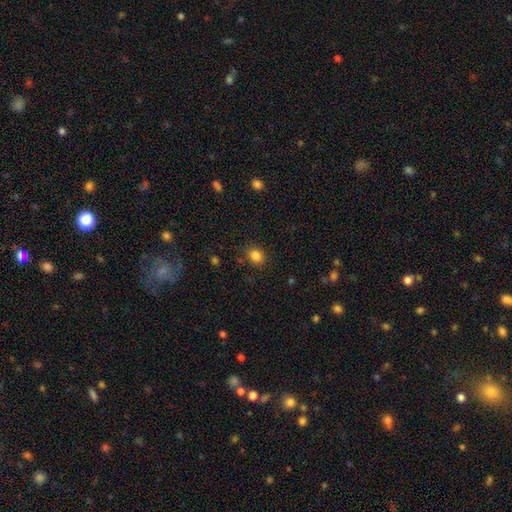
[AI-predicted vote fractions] Smooth or featured?
  - smooth: 85% *
  - star or artifact: 11%
  - featured or disk: 4%
How rounded?
  - round: 53% *
  - in between: 46%
  - cigar-shaped: 1%
Merging?
  - none: 84% *
  - minor disturbance: 11%
  - major disturbance: 3%
  - merger: 2%